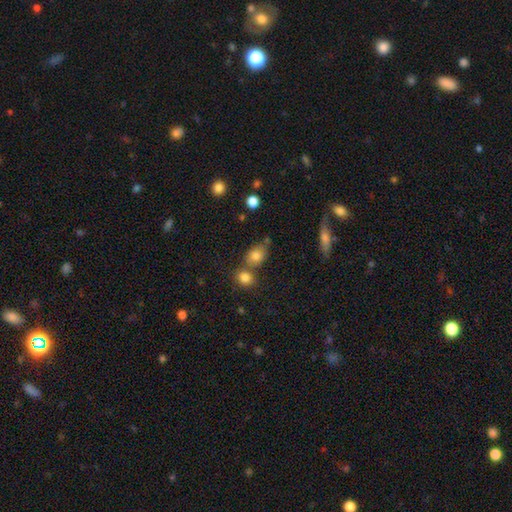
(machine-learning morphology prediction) Q: Smooth or featured?
A: smooth (80%); runner-up: star or artifact (11%)
Q: How rounded?
A: in between (58%); runner-up: round (40%)
Q: Merging?
A: none (51%); runner-up: merger (31%)